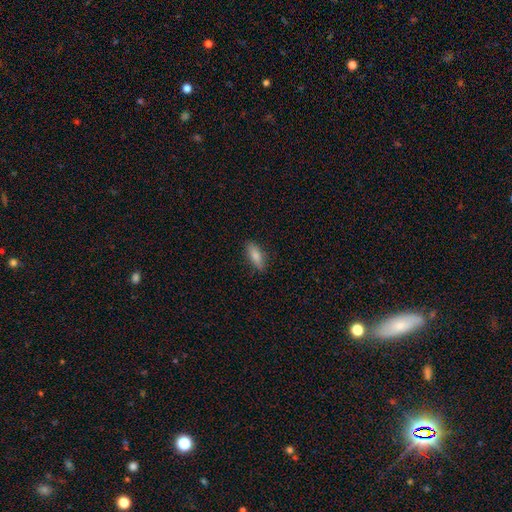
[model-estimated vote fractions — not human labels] The model was most divided on "how rounded": in between: 70%, cigar-shaped: 27%, round: 2%. More confident: merging — none (84%); smooth or featured — smooth (81%).